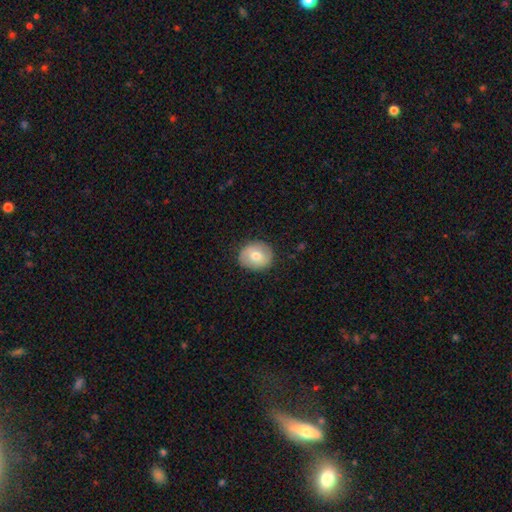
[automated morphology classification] Overall: smooth (70%). How rounded: round (72%). Merging: none (87%).